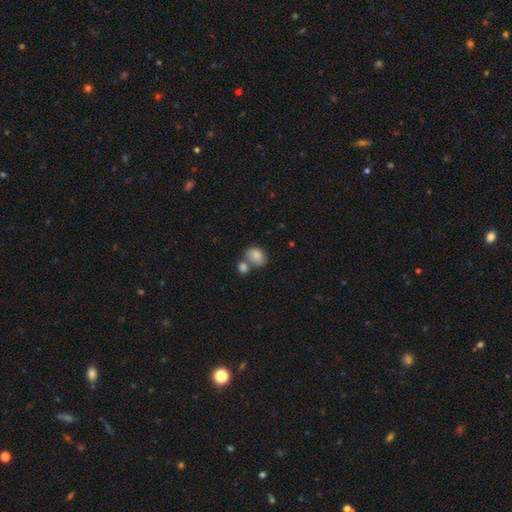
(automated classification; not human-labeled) The model was most divided on "merging": none: 44%, merger: 39%, minor disturbance: 13%, major disturbance: 4%. More confident: smooth or featured — smooth (84%); how rounded — in between (71%).